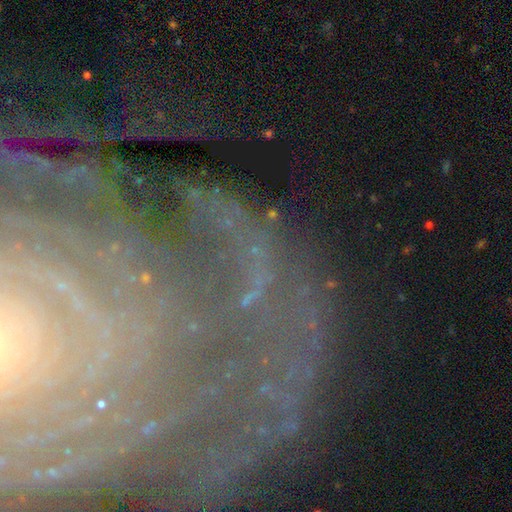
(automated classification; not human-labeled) This is likely a featured or disk galaxy (68%). It is clearly not viewed edge-on (91%). Bar: possibly no (48%). Spiral arm pattern: clearly yes (89%). Spiral arm count: marginally can't tell (28%). Spiral winding: likely tight (76%). Central bulge: possibly small (60%). Merging: likely none (75%).